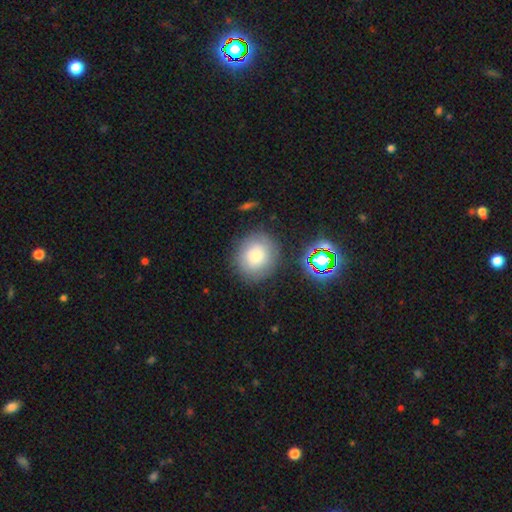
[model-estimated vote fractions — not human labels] smooth-or-featured: smooth: 80% | star or artifact: 11% | featured or disk: 9%
  how-rounded: round: 81% | in between: 18% | cigar-shaped: 1%
  merging: none: 83% | minor disturbance: 10% | merger: 3% | major disturbance: 3%